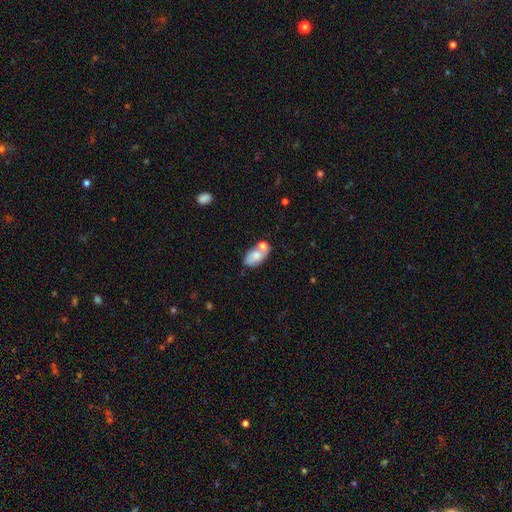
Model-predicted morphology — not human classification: smooth 67%, featured or disk 26%, star or artifact 7%. Down the decision tree: how rounded — in between (91%); merging — none (40%).